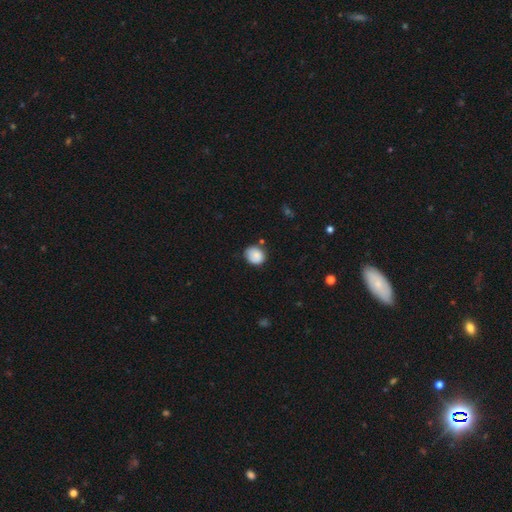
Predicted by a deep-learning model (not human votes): This appears to be a smooth galaxy with no disk features (82%) that is round (71%). Merging: none (68%).